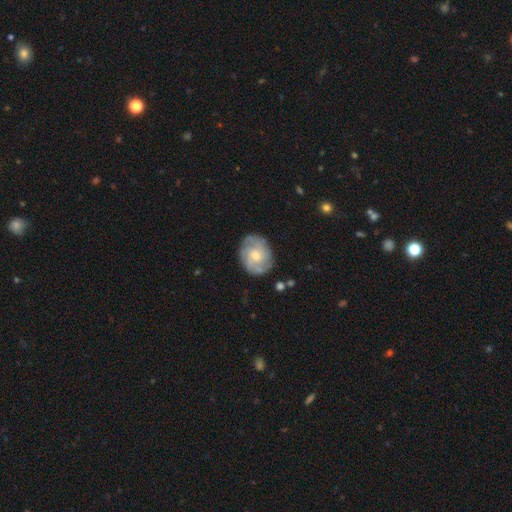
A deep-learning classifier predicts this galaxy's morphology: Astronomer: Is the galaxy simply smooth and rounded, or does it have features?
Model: featured or disk — 80%.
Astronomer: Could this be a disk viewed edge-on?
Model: no — 98%.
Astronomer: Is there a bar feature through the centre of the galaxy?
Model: no — 67%.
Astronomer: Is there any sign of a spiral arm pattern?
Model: yes — 95%.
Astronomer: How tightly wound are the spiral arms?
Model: tight — 54% (runner-up: medium, 37%).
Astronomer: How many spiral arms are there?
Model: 3 — 32% (runner-up: 2, 29%).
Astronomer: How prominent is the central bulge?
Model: small — 49% (runner-up: moderate, 46%).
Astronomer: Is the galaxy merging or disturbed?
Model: none — 80%.